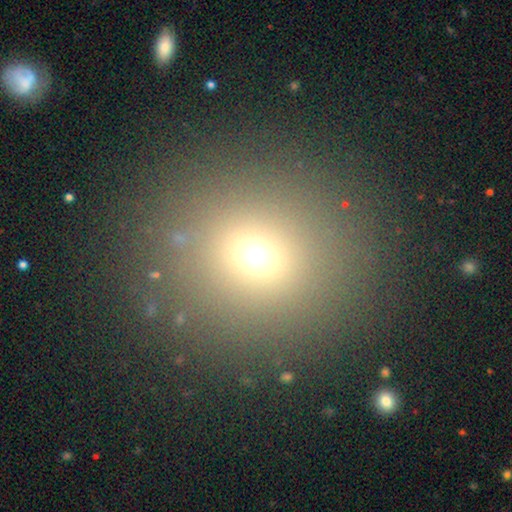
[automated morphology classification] This is likely a smooth galaxy (66%). How rounded: clearly round (85%). Merging: clearly none (87%).